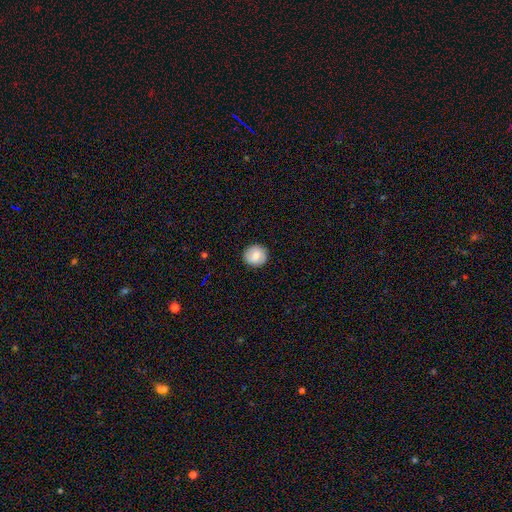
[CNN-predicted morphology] Smooth or featured? smooth (77%)
How rounded? round (93%)
Merging? none (90%)